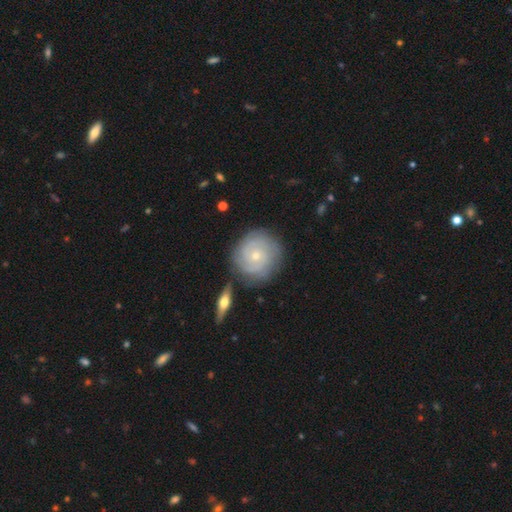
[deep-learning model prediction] The model was most divided on "spiral arm count": can't tell: 33%, 2: 28%, 3: 21%, 4: 9%, 1: 5%, more than 4: 5%. More confident: edge-on disk — no (97%); spiral arms — yes (91%); bar — no (81%); merging — none (77%); spiral winding — tight (77%); smooth or featured — featured or disk (73%); bulge size — small (69%).